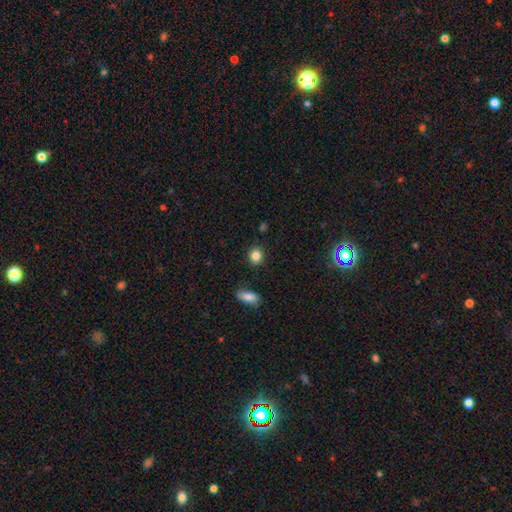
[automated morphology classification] This is clearly a smooth galaxy (85%). How rounded: likely round (62%). Merging: clearly none (87%).